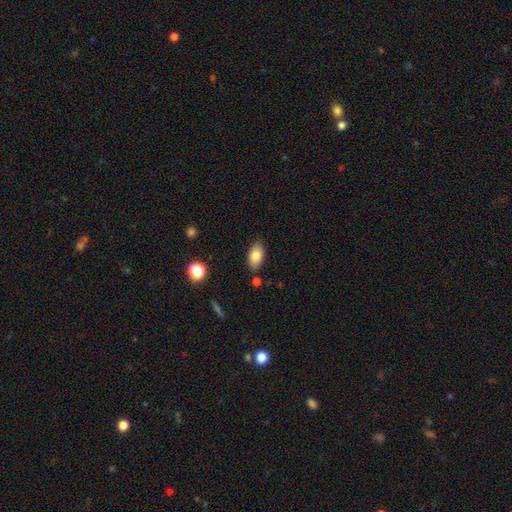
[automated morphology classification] Q: Smooth or featured?
A: smooth (82%); runner-up: featured or disk (10%)
Q: How rounded?
A: in between (92%); runner-up: round (5%)
Q: Merging?
A: none (83%); runner-up: minor disturbance (11%)